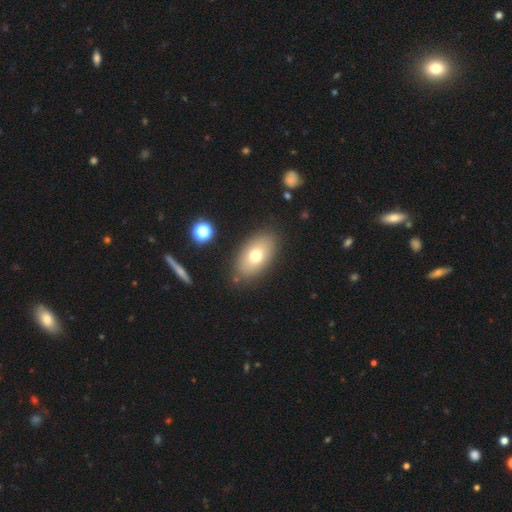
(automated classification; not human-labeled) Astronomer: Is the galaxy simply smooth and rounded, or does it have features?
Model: smooth — 71%.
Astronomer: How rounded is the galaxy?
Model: in between — 91%.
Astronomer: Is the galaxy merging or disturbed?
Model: none — 84%.